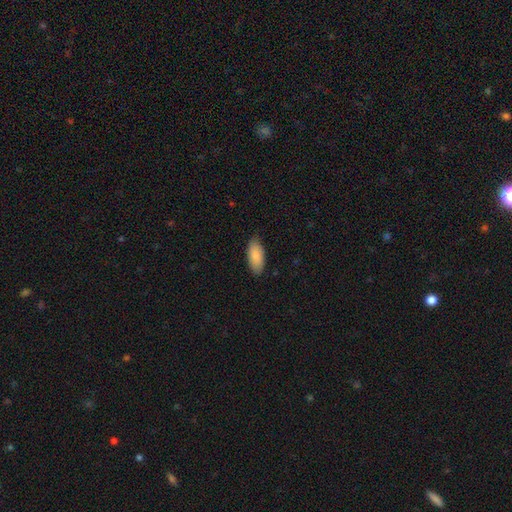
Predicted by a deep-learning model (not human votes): A smooth galaxy with no disk features (88%) that is in between round and cigar-shaped (90%). Merging: none (84%).